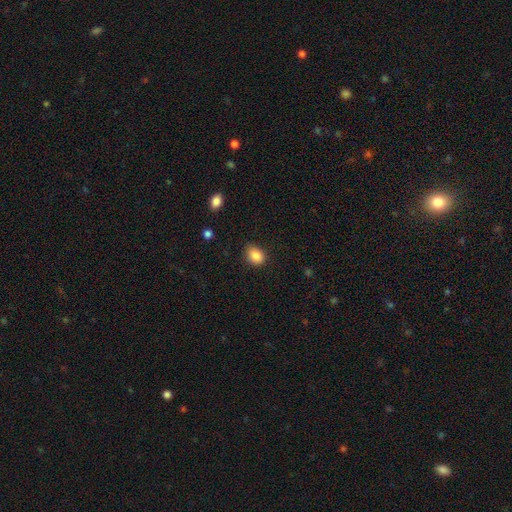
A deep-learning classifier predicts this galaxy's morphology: A smooth galaxy with no disk features (86%) that is in between round and cigar-shaped (63%). Merging: none (78%).